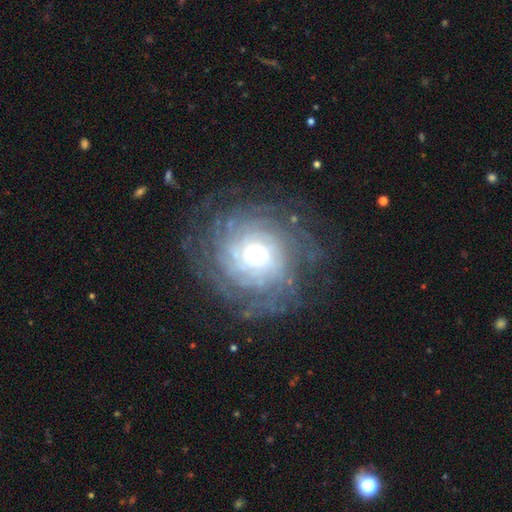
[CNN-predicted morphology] Overall: featured or disk (84%). Edge-on disk: no (97%). Bar: no (76%). Spiral arms: yes (95%). Spiral arm count: can't tell (31%; more than 4 30%). Spiral winding: tight (76%). Bulge size: moderate (41%; large 30%). Merging: none (77%).